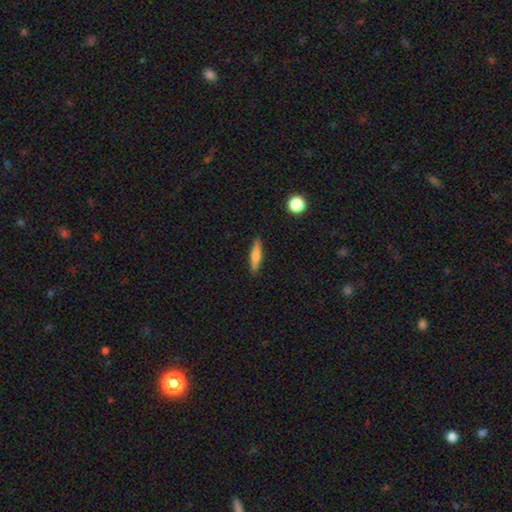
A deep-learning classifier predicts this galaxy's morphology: The model was most divided on "smooth or featured": smooth: 63%, featured or disk: 31%, star or artifact: 7%. More confident: merging — none (89%); how rounded — cigar-shaped (83%).